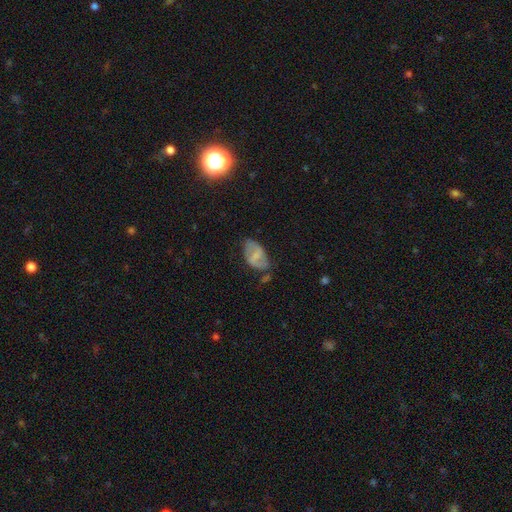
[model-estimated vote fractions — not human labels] Smooth or featured? featured or disk (52%)
Edge-on disk? no (95%)
Merging? none (57%)